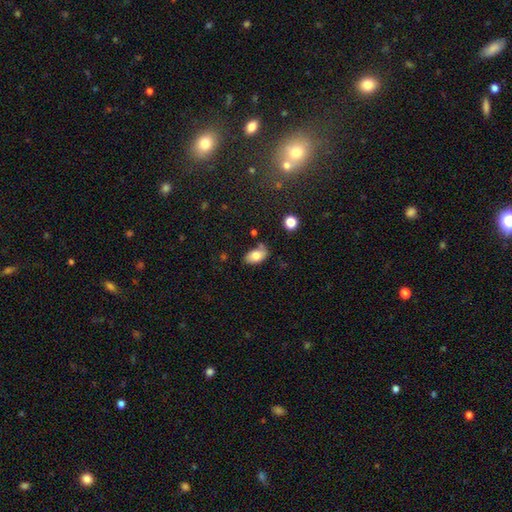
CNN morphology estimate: smooth-or-featured: smooth: 79% | featured or disk: 13% | star or artifact: 8%
  how-rounded: in between: 92% | round: 6% | cigar-shaped: 2%
  merging: none: 66% | minor disturbance: 21% | merger: 8% | major disturbance: 5%